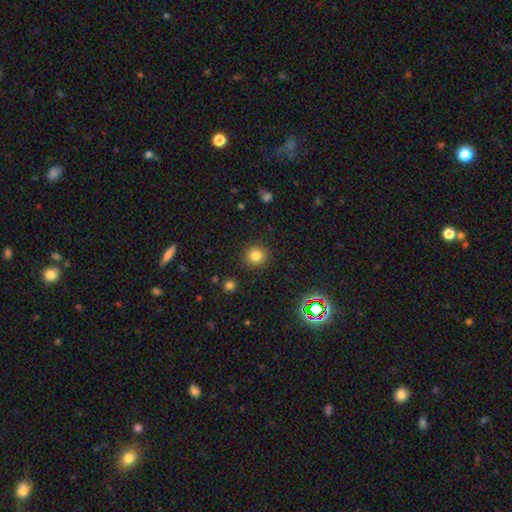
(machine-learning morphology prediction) Smooth or featured? Predicted: smooth (p=0.80). How rounded? Predicted: round (p=0.92). Merging? Predicted: none (p=0.90).